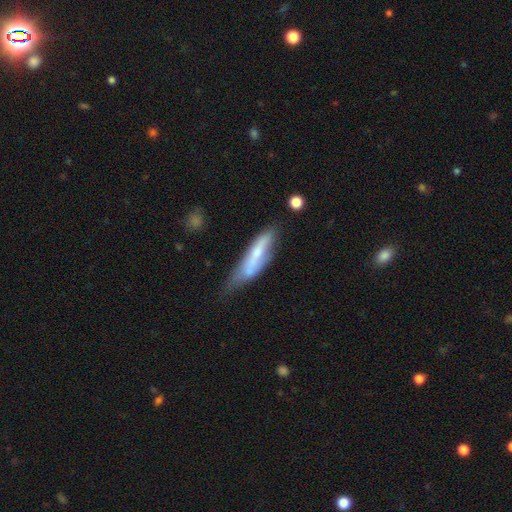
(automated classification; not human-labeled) Q: Smooth or featured?
A: smooth (51%); runner-up: featured or disk (42%)
Q: How rounded?
A: cigar-shaped (68%); runner-up: in between (30%)
Q: Merging?
A: none (40%); runner-up: minor disturbance (38%)